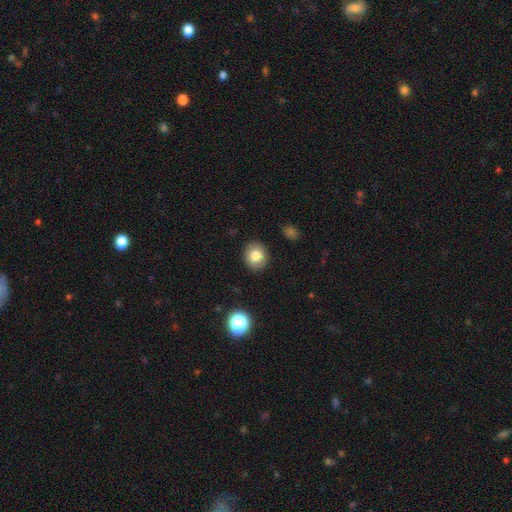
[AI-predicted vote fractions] This is clearly a smooth galaxy (80%). How rounded: likely round (70%). Merging: clearly none (89%).